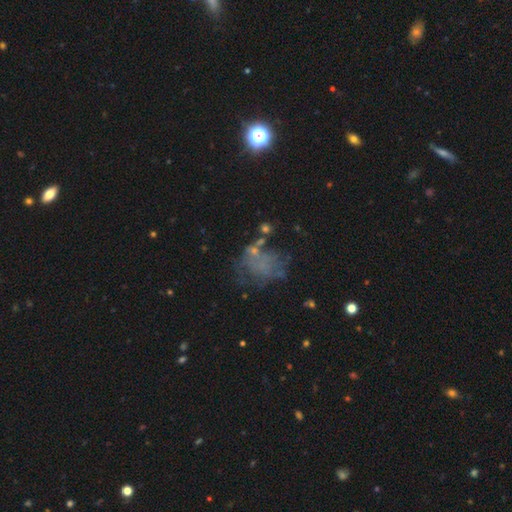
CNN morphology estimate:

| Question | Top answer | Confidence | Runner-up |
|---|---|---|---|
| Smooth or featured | featured or disk | 42% | smooth (34%) |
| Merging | none | 41% | major disturbance (30%) |